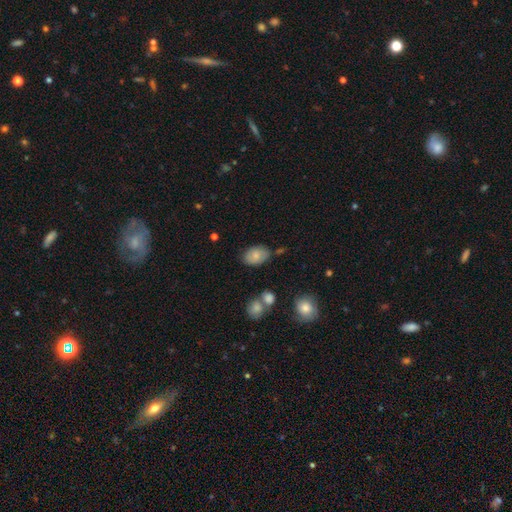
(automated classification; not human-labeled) Q: Smooth or featured?
A: smooth (78%); runner-up: featured or disk (14%)
Q: How rounded?
A: in between (84%); runner-up: round (15%)
Q: Merging?
A: none (72%); runner-up: minor disturbance (19%)